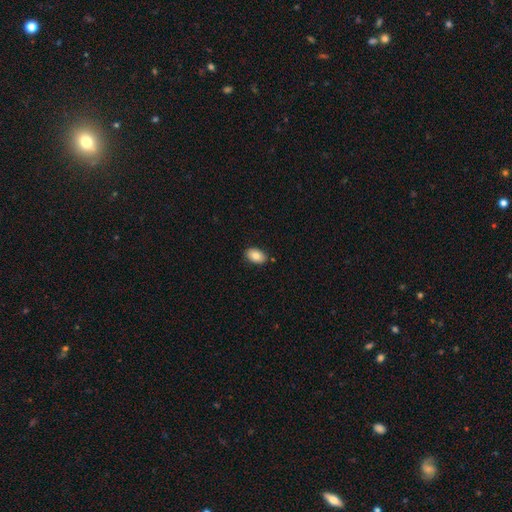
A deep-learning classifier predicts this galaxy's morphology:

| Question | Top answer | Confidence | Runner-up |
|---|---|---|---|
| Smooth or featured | smooth | 83% | featured or disk (10%) |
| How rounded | in between | 90% | round (9%) |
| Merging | none | 87% | minor disturbance (10%) |